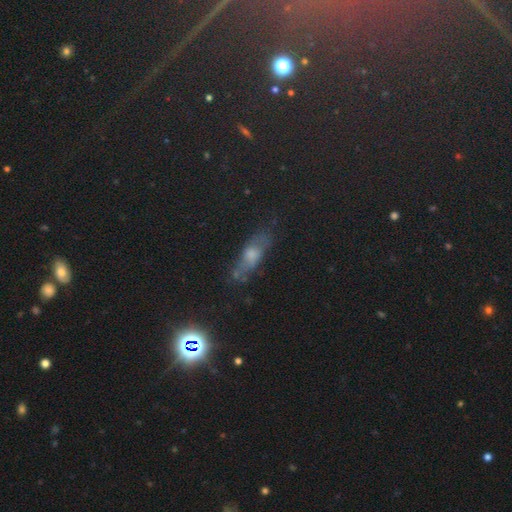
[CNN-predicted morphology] This is marginally a star or artifact rather than a galaxy (39%).